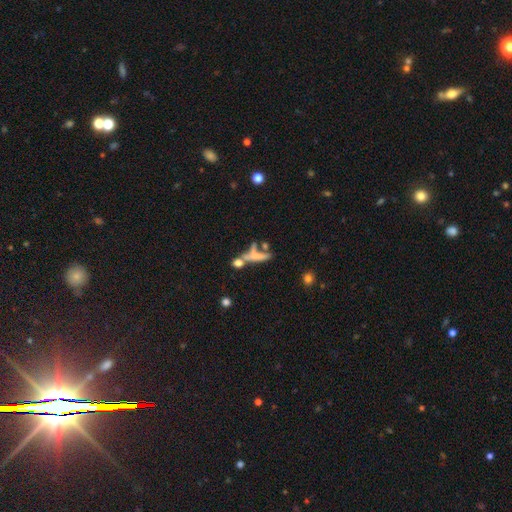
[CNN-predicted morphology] Smooth or featured: smooth — 51% (featured or disk — 36%)
How rounded: cigar-shaped — 74% (in between — 21%)
Merging: merger — 39% (none — 33%)